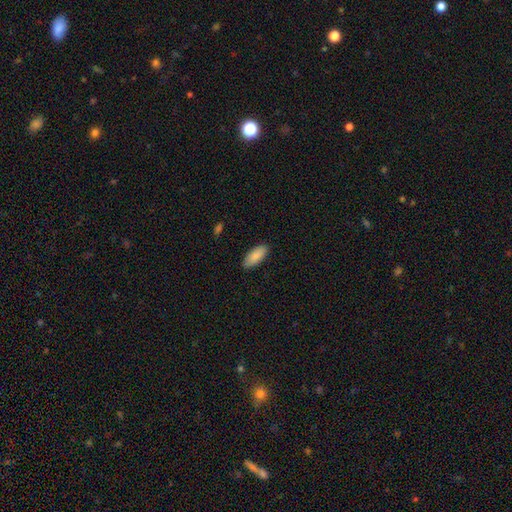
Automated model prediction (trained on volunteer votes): This appears to be a smooth galaxy with no disk features (89%) that is in between round and cigar-shaped (83%). Merging: none (88%).